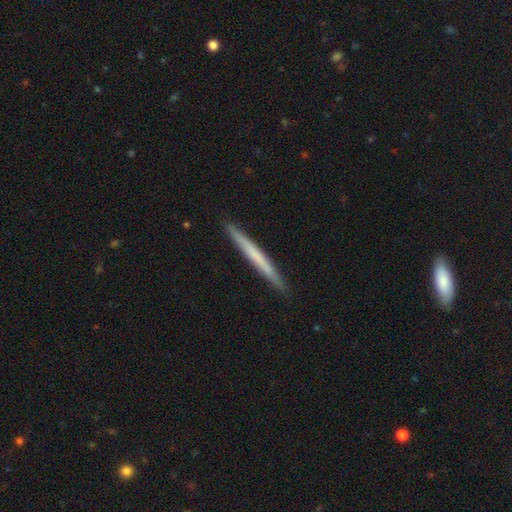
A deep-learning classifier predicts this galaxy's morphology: Q: Smooth or featured?
A: smooth (54%); runner-up: featured or disk (40%)
Q: How rounded?
A: cigar-shaped (97%); runner-up: in between (2%)
Q: Merging?
A: none (92%); runner-up: minor disturbance (6%)